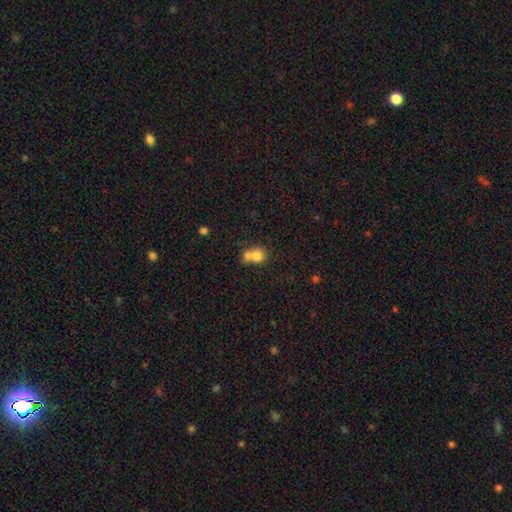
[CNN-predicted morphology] Smooth or featured: smooth — 76% (featured or disk — 13%)
How rounded: round — 80% (in between — 19%)
Merging: merger — 59% (none — 31%)